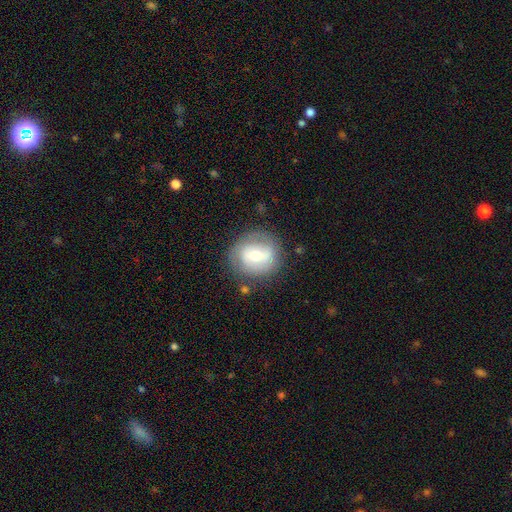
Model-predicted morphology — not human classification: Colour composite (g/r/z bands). It shows a featured or disk galaxy (52%). Merging: none (76%).